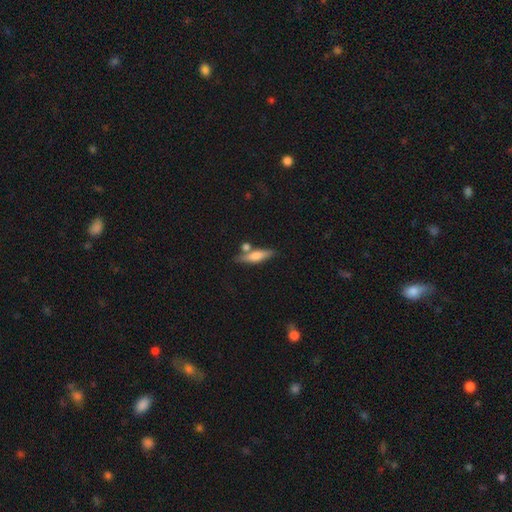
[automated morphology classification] type=smooth (63%); roundness=cigar-shaped (67%); merging=none (66%).